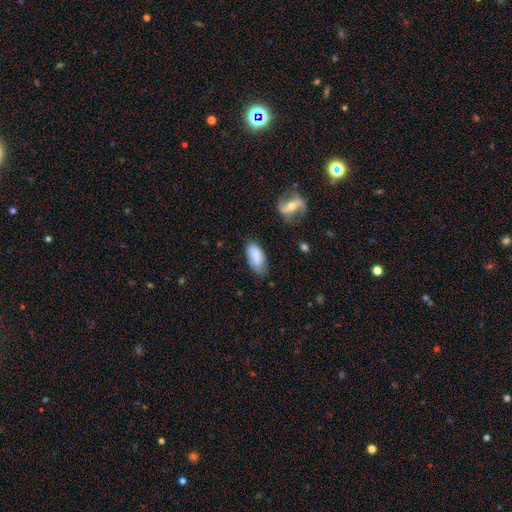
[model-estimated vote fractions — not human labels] Overall: smooth (80%). How rounded: in between (91%). Merging: none (60%; minor disturbance 30%).